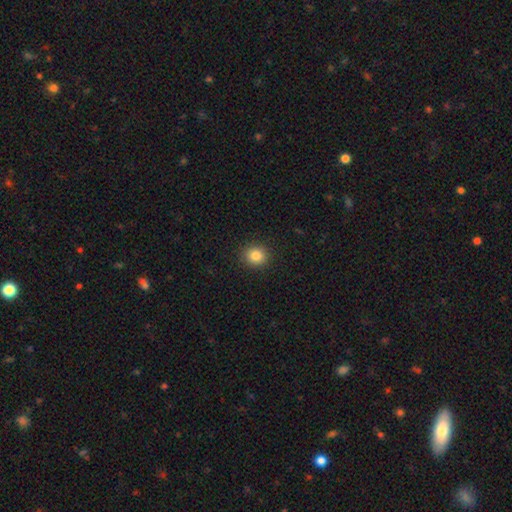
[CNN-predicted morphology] Smooth or featured?
  - smooth: 84% *
  - star or artifact: 11%
  - featured or disk: 5%
How rounded?
  - round: 83% *
  - in between: 16%
  - cigar-shaped: 1%
Merging?
  - none: 91% *
  - minor disturbance: 6%
  - major disturbance: 2%
  - merger: 1%